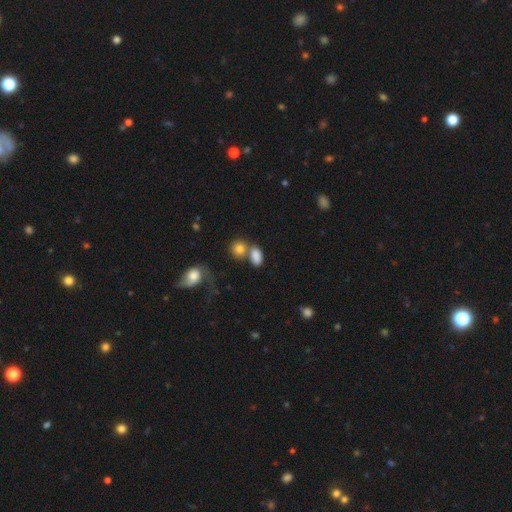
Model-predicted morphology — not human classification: smooth 82%, star or artifact 9%, featured or disk 9%. Down the decision tree: how rounded — in between (77%); merging — merger (43%).